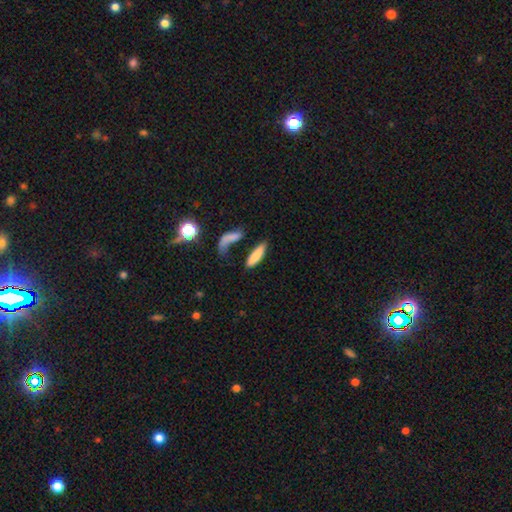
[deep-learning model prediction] A smooth galaxy with no disk features (80%) that is cigar-shaped (56%).

Vote fractions:
- Smooth or featured? smooth: 80% / featured or disk: 12% / star or artifact: 8%
- How rounded? cigar-shaped: 56% / in between: 41% / round: 3%
- Merging? none: 55% / merger: 18% / minor disturbance: 16% / major disturbance: 11%